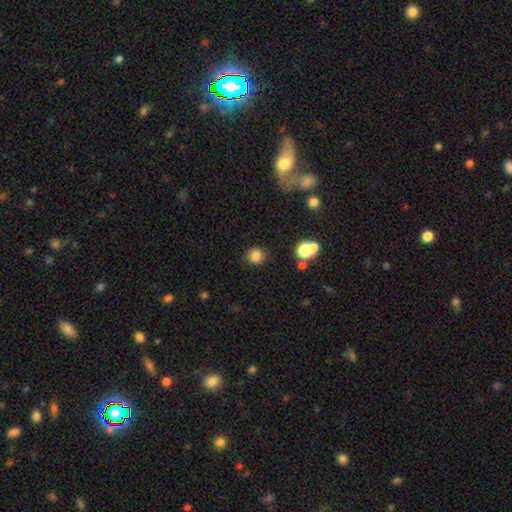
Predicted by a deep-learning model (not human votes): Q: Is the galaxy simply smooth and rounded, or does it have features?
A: smooth — 82%.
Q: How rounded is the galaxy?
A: round — 85%.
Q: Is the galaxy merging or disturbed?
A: none — 85%.